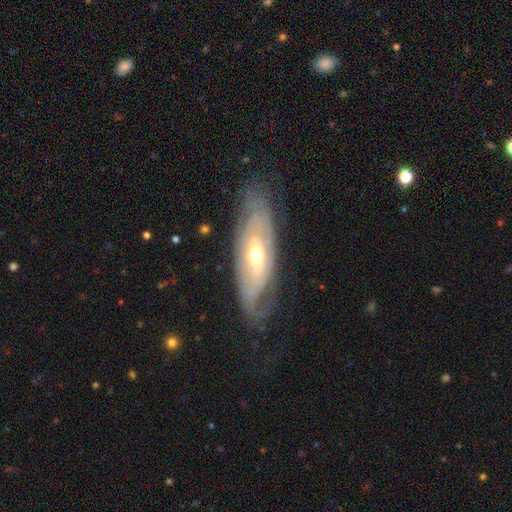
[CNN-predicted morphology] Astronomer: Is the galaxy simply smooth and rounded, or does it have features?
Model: featured or disk — 78%.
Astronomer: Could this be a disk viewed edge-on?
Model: no — 85%.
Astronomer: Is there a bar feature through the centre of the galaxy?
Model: no — 71%.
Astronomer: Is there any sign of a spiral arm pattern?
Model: yes — 78%.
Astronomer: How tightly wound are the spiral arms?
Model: tight — 69%.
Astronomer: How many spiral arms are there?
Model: can't tell — 52% (runner-up: 2, 29%).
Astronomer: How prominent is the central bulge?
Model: moderate — 53% (runner-up: small, 43%).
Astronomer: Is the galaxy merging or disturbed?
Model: none — 72%.